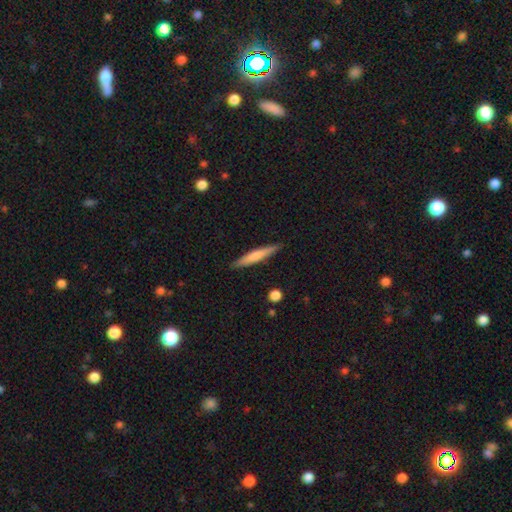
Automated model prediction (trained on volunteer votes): Smooth or featured?
  - smooth: 62% *
  - featured or disk: 32%
  - star or artifact: 5%
How rounded?
  - cigar-shaped: 93% *
  - in between: 6%
  - round: 1%
Merging?
  - none: 89% *
  - minor disturbance: 8%
  - major disturbance: 2%
  - merger: 1%